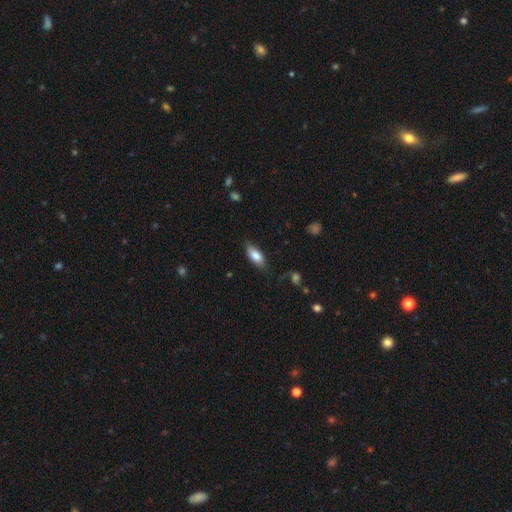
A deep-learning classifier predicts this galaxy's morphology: The model was most divided on "merging": none: 78%, minor disturbance: 17%, major disturbance: 4%, merger: 1%. More confident: how rounded — in between (80%); smooth or featured — smooth (80%).